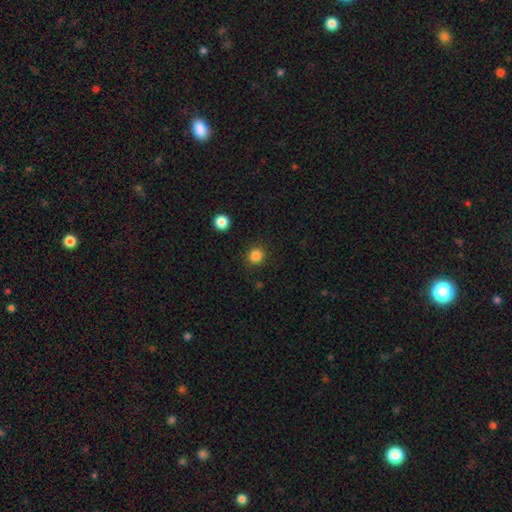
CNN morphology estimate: Smooth or featured? Predicted: smooth (p=0.85). How rounded? Predicted: round (p=0.90). Merging? Predicted: none (p=0.90).